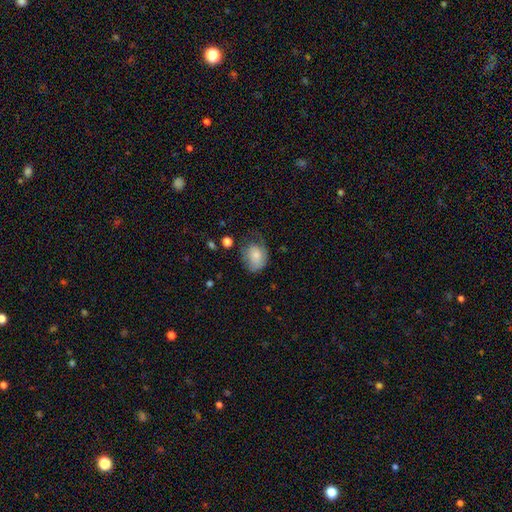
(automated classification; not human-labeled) A smooth galaxy with no disk features (74%) that is in between round and cigar-shaped (59%).

Vote fractions:
- Smooth or featured? smooth: 74% / featured or disk: 18% / star or artifact: 7%
- How rounded? in between: 59% / round: 40% / cigar-shaped: 1%
- Merging? none: 35% / minor disturbance: 34% / major disturbance: 28% / merger: 2%